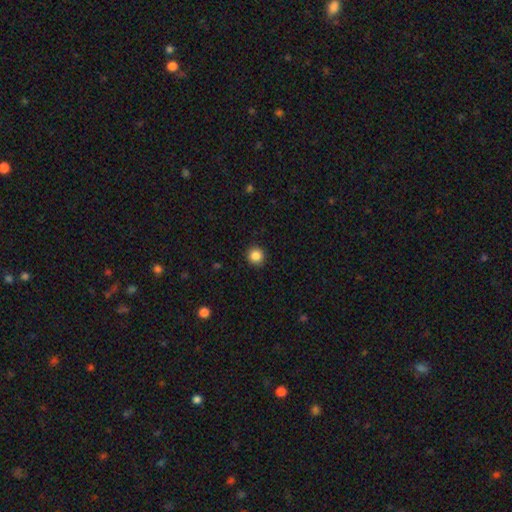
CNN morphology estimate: smooth_or_featured: smooth (p=0.86) [alt: star or artifact p=0.10]
how_rounded: round (p=0.94) [alt: in between p=0.05]
merging: none (p=0.92) [alt: minor disturbance p=0.05]